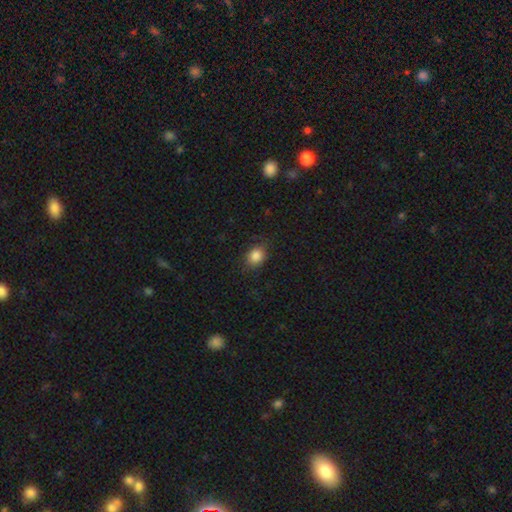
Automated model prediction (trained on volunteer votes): Smooth or featured?
  - smooth: 86% *
  - star or artifact: 10%
  - featured or disk: 5%
How rounded?
  - round: 53% *
  - in between: 46%
  - cigar-shaped: 1%
Merging?
  - none: 82% *
  - minor disturbance: 13%
  - major disturbance: 4%
  - merger: 1%